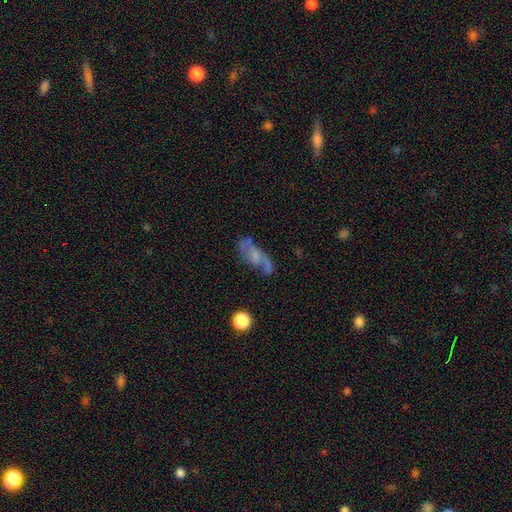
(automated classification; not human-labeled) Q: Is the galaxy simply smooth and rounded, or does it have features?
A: featured or disk — 59%.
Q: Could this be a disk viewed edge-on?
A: no — 89%.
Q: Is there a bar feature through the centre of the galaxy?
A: no — 62%.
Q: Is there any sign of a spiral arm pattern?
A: yes — 72%.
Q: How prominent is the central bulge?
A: small — 37%.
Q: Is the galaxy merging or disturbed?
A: none — 53%.